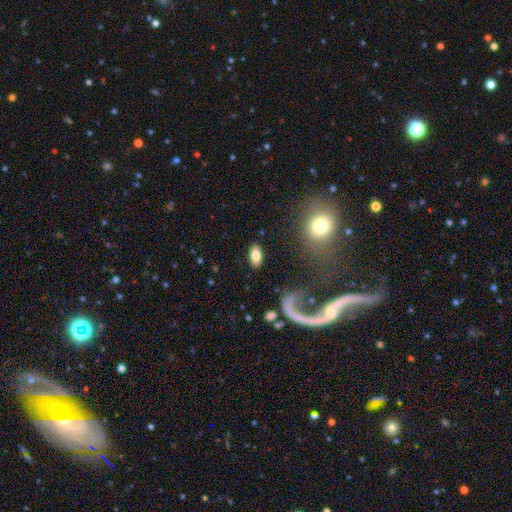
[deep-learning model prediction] A smooth galaxy with no disk features (75%) that is in between round and cigar-shaped (90%). Merging: none (85%).